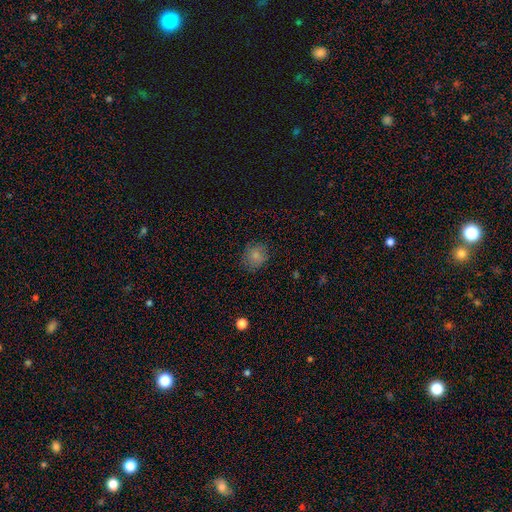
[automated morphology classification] A smooth galaxy with no disk features (81%) that is round (79%). Merging: none (81%).